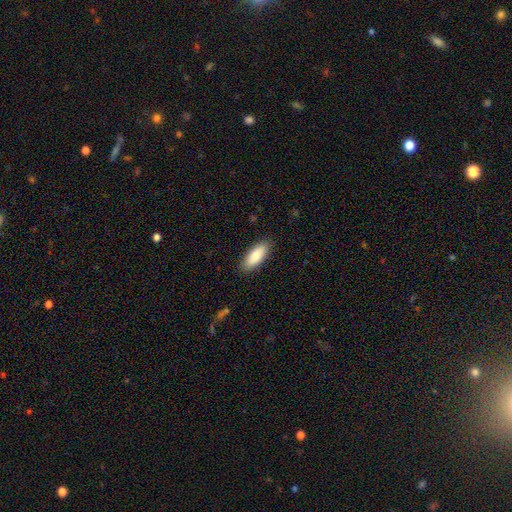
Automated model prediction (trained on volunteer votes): Overall: smooth (84%). How rounded: in between (72%). Merging: none (88%).